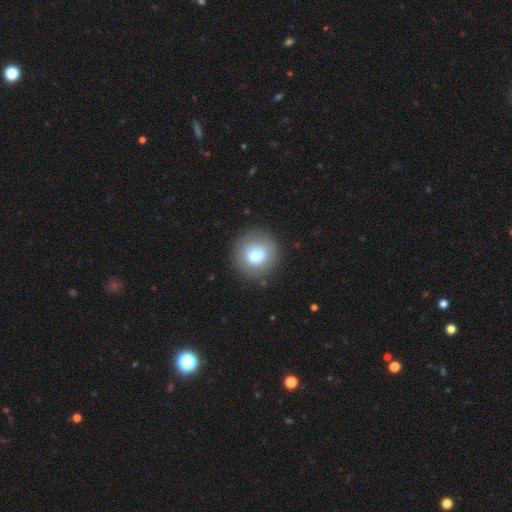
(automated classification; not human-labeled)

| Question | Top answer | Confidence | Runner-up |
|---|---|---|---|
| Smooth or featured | smooth | 78% | featured or disk (13%) |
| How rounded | round | 92% | in between (7%) |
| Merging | none | 86% | minor disturbance (9%) |